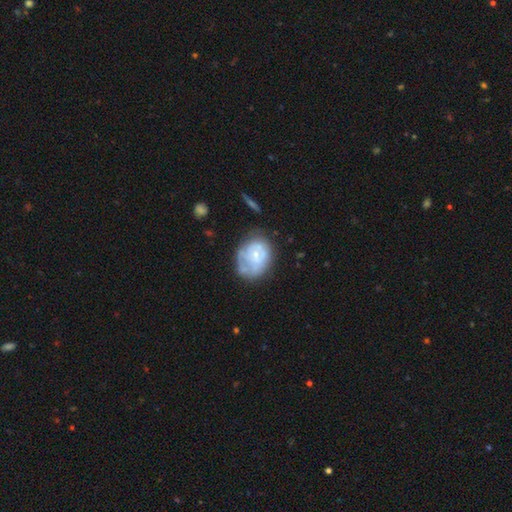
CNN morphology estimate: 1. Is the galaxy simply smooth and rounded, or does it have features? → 57% featured or disk, 36% smooth, 7% star or artifact.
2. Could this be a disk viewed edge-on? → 97% no, 3% yes.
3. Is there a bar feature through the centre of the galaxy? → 79% no, 18% weak, 3% strong.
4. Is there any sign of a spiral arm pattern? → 52% yes, 48% no.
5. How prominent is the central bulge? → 66% small, 23% moderate, 8% none, 2% large, 1% dominant.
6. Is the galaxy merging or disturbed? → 45% none, 29% minor disturbance, 20% major disturbance, 6% merger.